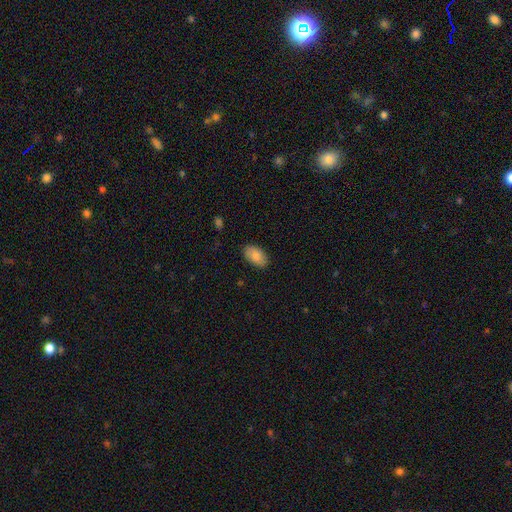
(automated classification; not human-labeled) smooth_or_featured: smooth (p=0.83) [alt: featured or disk p=0.11]
how_rounded: in between (p=0.94) [alt: round p=0.05]
merging: none (p=0.86) [alt: minor disturbance p=0.10]